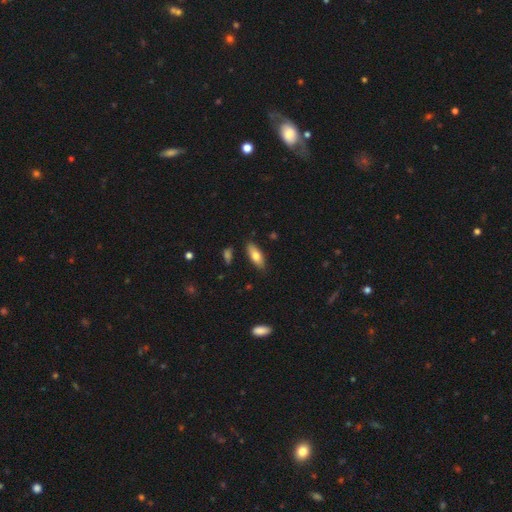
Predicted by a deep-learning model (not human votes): Smooth or featured? smooth (70%)
How rounded? in between (69%)
Merging? none (84%)